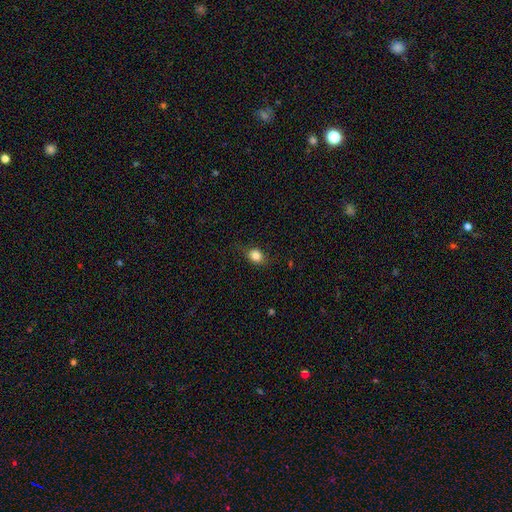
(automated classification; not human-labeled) Smooth or featured?
  - smooth: 83% *
  - star or artifact: 11%
  - featured or disk: 6%
How rounded?
  - round: 57% *
  - in between: 42%
  - cigar-shaped: 1%
Merging?
  - none: 77% *
  - minor disturbance: 17%
  - major disturbance: 5%
  - merger: 1%